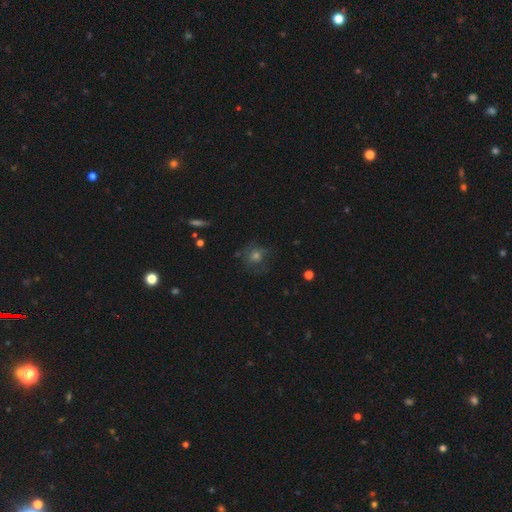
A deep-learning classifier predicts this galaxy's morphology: This is marginally a smooth galaxy (42%). Merging: likely none (66%).